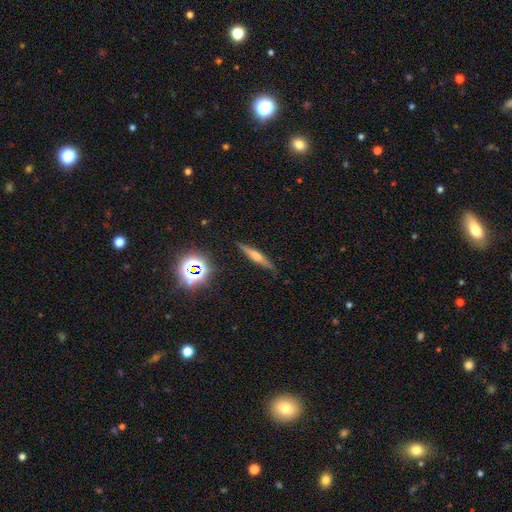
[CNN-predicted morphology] Overall: featured or disk (49%; smooth 37%). Merging: none (87%).